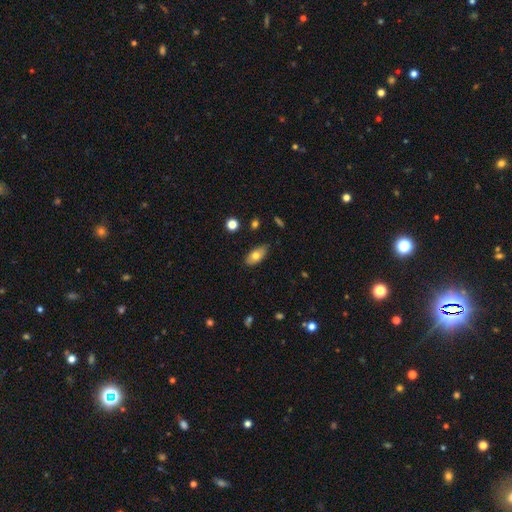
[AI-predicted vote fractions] The model was most divided on "smooth or featured": smooth: 72%, featured or disk: 20%, star or artifact: 7%. More confident: how rounded — in between (90%); merging — none (84%).